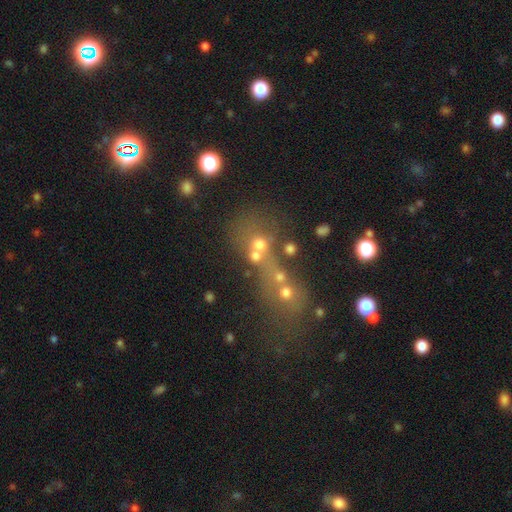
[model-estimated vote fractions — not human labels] A smooth galaxy with no disk features (52%) that is round (69%).

Vote fractions:
- Smooth or featured? smooth: 52% / star or artifact: 26% / featured or disk: 23%
- How rounded? round: 69% / in between: 27% / cigar-shaped: 4%
- Merging? merger: 49% / none: 33% / major disturbance: 10% / minor disturbance: 9%